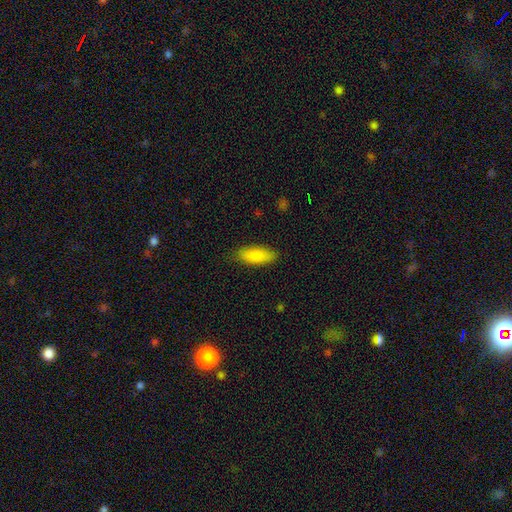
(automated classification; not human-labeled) Smooth or featured? Predicted: smooth (p=0.87). How rounded? Predicted: in between (p=0.76). Merging? Predicted: none (p=0.84).